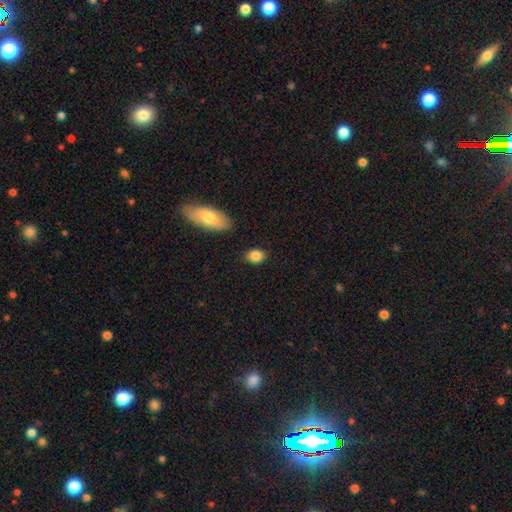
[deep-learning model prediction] Morphology: type=smooth (87%); roundness=in between (59%); merging=none (82%).